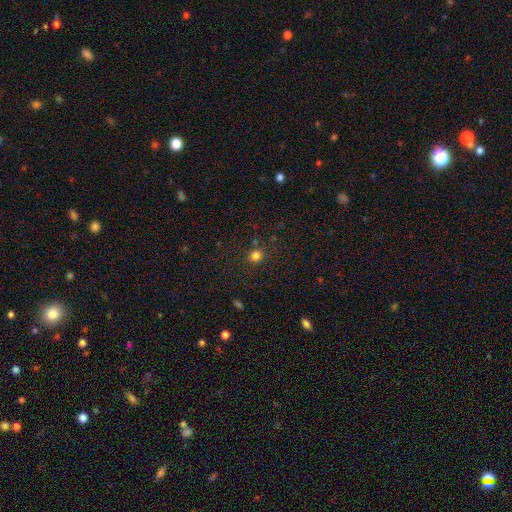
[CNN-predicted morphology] Smooth or featured: smooth — 79% (star or artifact — 16%)
How rounded: round — 84% (in between — 15%)
Merging: none — 80% (minor disturbance — 10%)